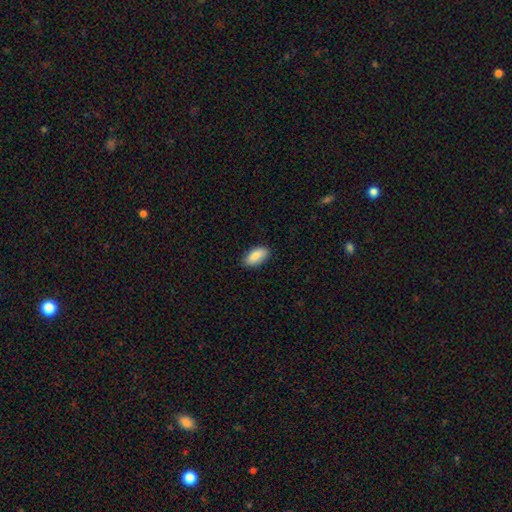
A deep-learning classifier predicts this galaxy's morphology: A smooth galaxy with no disk features (88%) that is in between round and cigar-shaped (91%).

Vote fractions:
- Smooth or featured? smooth: 88% / star or artifact: 6% / featured or disk: 6%
- How rounded? in between: 91% / cigar-shaped: 6% / round: 2%
- Merging? none: 87% / minor disturbance: 10% / major disturbance: 2% / merger: 1%